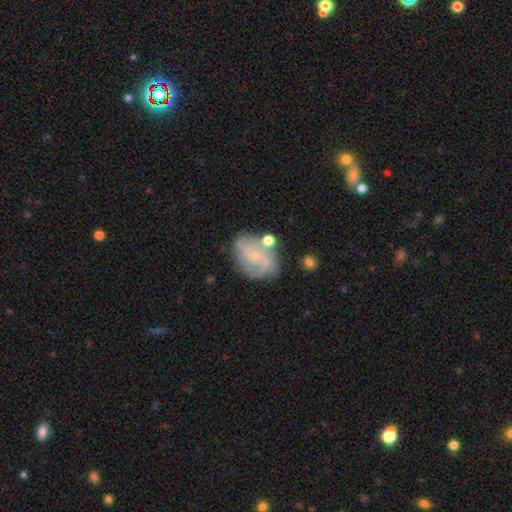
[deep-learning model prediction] This is likely a featured or disk galaxy (73%). It is clearly not viewed edge-on (98%). Bar: possibly no (59%). Spiral arm pattern: clearly yes (90%). Spiral arm count: possibly 2 (52%). Spiral winding: marginally medium (44%). Central bulge: likely small (76%). Merging: possibly none (59%).